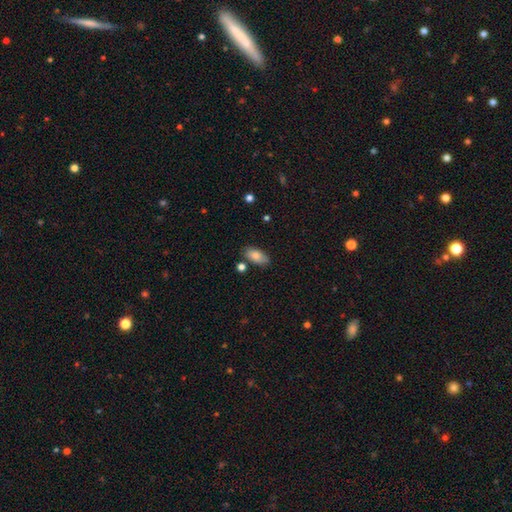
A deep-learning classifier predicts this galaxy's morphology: This appears to be a smooth galaxy with no disk features (78%) that is in between round and cigar-shaped (91%). Merging: none (78%).